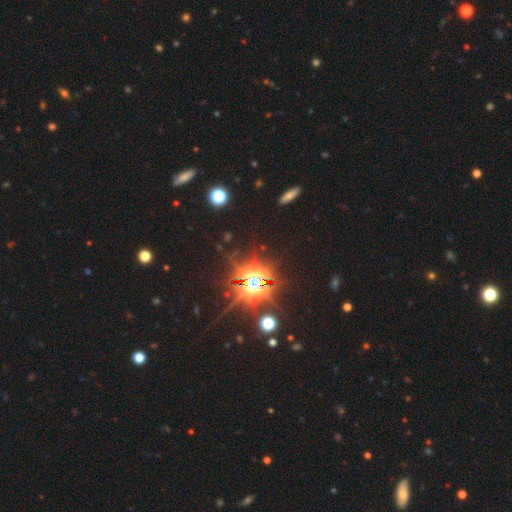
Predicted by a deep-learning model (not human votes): The model was most divided on "smooth or featured": star or artifact: 83%, smooth: 11%, featured or disk: 6%.